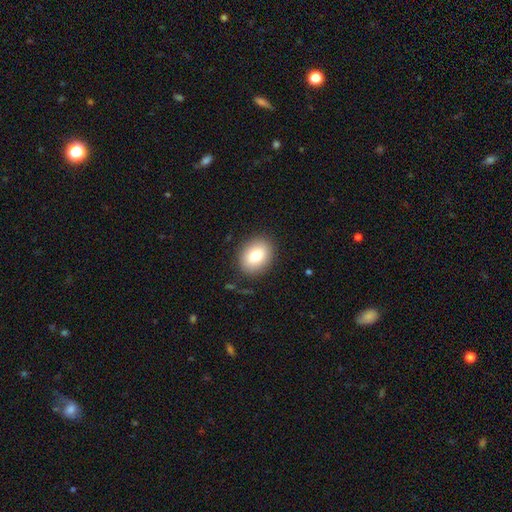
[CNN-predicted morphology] This is likely a smooth galaxy (80%). How rounded: possibly in between (56%). Merging: clearly none (87%).